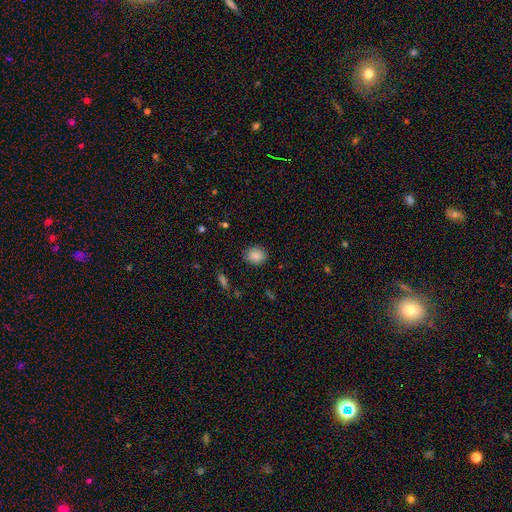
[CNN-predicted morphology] smooth-or-featured: smooth: 87% | star or artifact: 9% | featured or disk: 4%
  how-rounded: round: 67% | in between: 32% | cigar-shaped: 1%
  merging: none: 87% | minor disturbance: 9% | major disturbance: 3% | merger: 1%